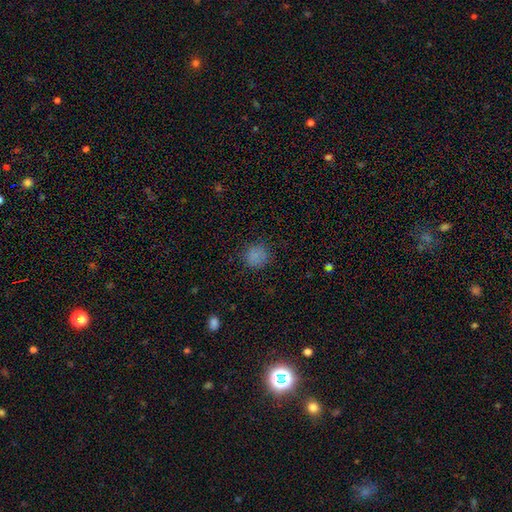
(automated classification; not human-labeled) Morphology: type=smooth (77%); roundness=round (87%); merging=none (85%).